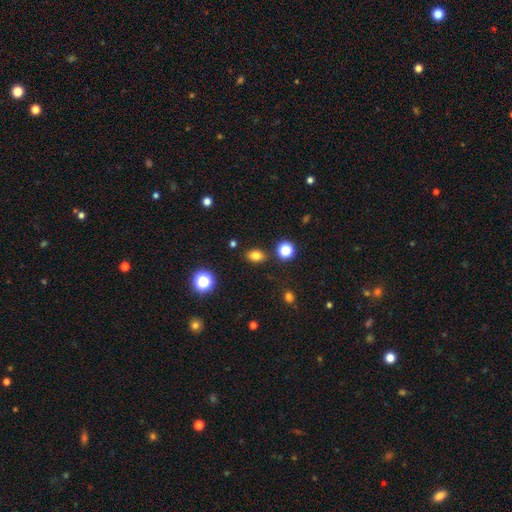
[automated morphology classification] This is likely a smooth galaxy (78%). How rounded: likely in between (74%). Merging: clearly none (83%).